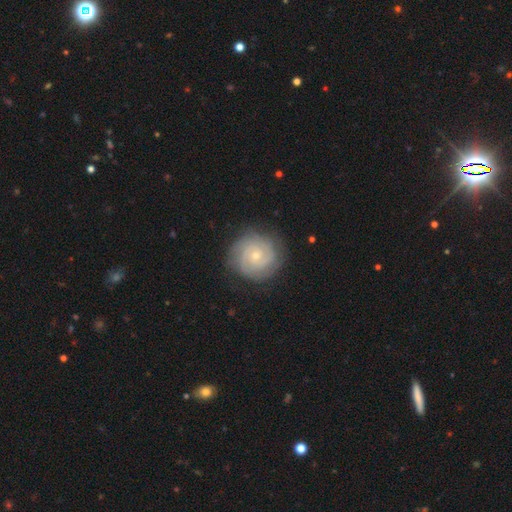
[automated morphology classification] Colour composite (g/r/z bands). It shows a featured or disk galaxy (79%) with no bar (74%), 2 (41%) tight (77%) spiral arms (96%) and a small central bulge (73%). Merging: none (85%).